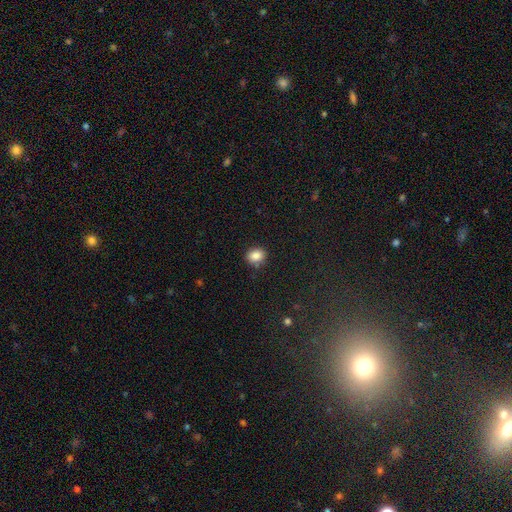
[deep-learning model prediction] smooth_or_featured: smooth (p=0.85) [alt: star or artifact p=0.10]
how_rounded: round (p=0.50) [alt: in between p=0.49]
merging: none (p=0.83) [alt: minor disturbance p=0.11]